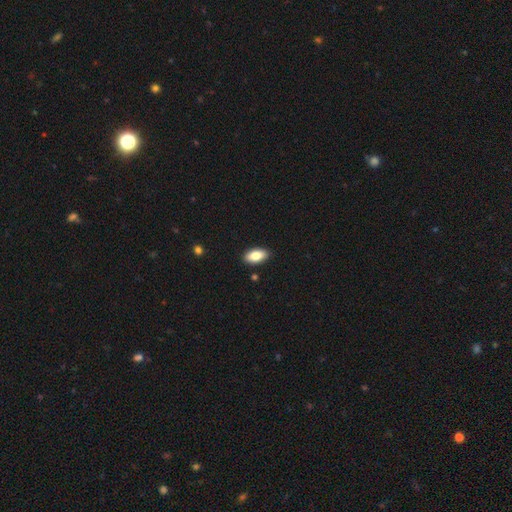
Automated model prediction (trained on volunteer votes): Overall: smooth (83%). How rounded: in between (92%). Merging: none (89%).